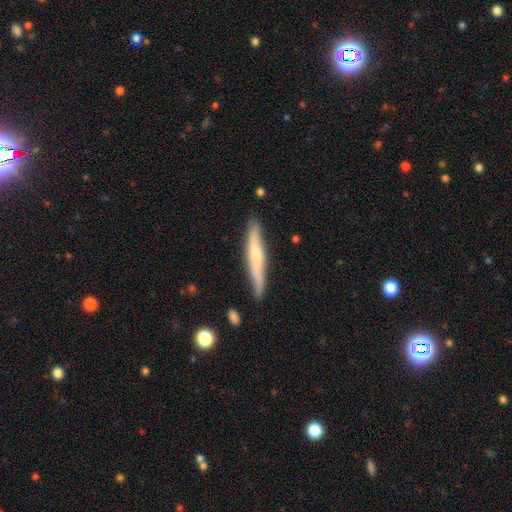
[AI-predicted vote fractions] The model was most divided on "smooth or featured": featured or disk: 53%, smooth: 41%, star or artifact: 6%. More confident: edge-on disk — yes (90%); merging — none (80%).